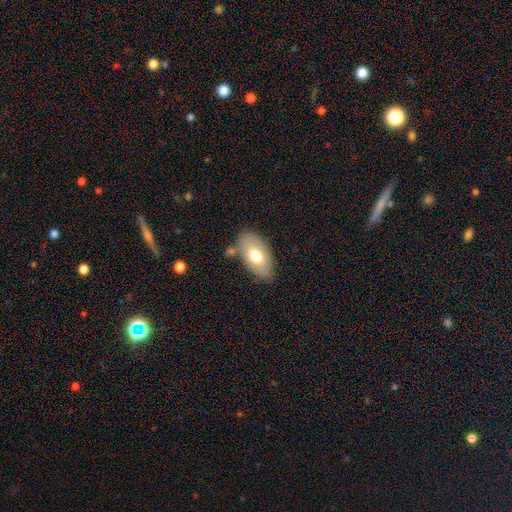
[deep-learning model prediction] smooth 67%, featured or disk 27%, star or artifact 6%. Down the decision tree: how rounded — in between (94%); merging — none (70%).